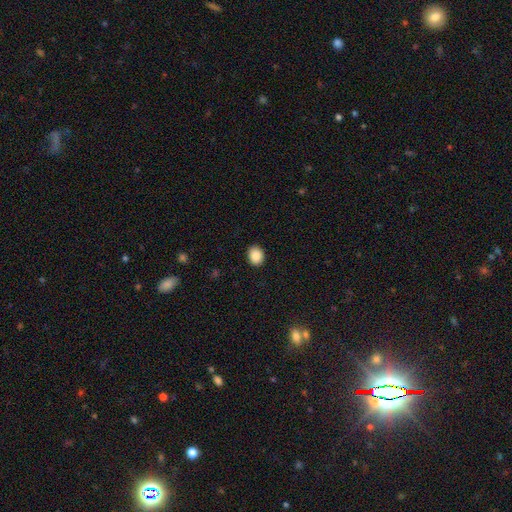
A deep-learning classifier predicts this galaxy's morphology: type=smooth (88%); roundness=round (51%); merging=none (91%).